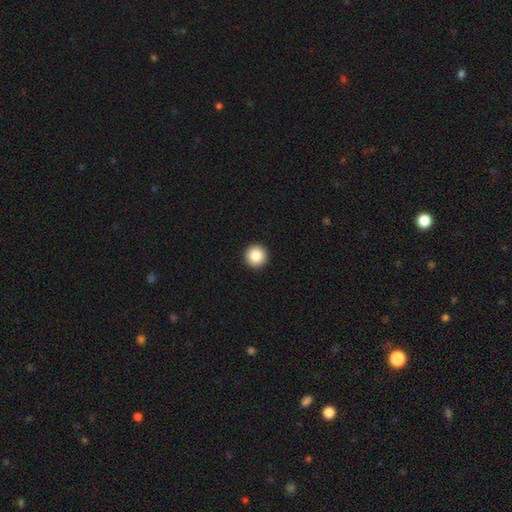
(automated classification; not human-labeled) This is clearly a smooth galaxy (86%). How rounded: clearly round (97%). Merging: clearly none (94%).